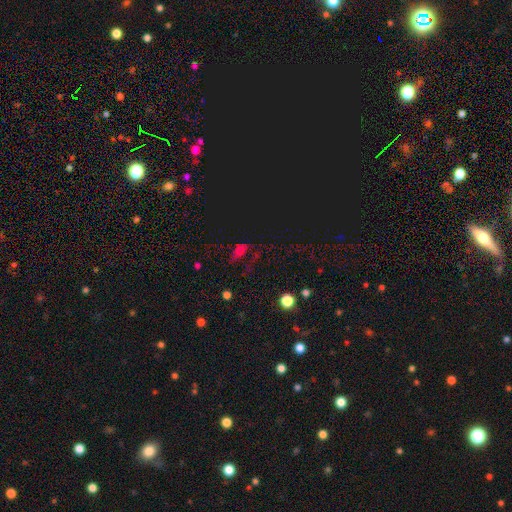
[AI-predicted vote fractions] Morphology: type=star or artifact (44%).